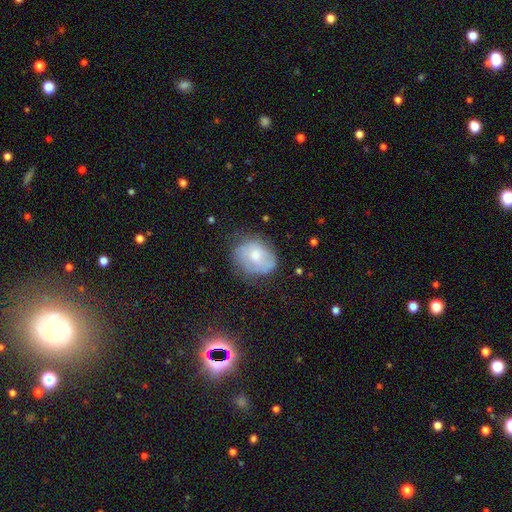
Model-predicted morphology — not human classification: A smooth galaxy with no disk features (59%) that is in between round and cigar-shaped (51%). Merging: none (58%).